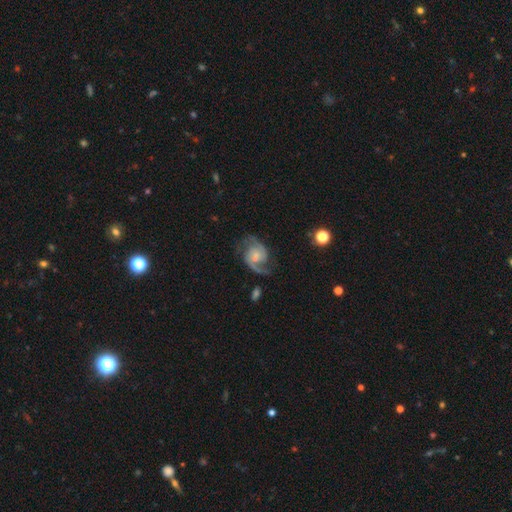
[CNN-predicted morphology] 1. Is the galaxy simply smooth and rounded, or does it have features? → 87% featured or disk, 8% smooth, 5% star or artifact.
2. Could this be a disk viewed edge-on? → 98% no, 2% yes.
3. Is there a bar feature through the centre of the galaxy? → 61% no, 33% weak, 6% strong.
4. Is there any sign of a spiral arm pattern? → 97% yes, 3% no.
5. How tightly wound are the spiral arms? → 52% medium, 32% loose, 16% tight.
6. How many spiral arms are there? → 90% 2, 4% 1, 3% can't tell, 2% 3, 1% 4, 1% more than 4.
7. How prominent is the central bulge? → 52% small, 30% moderate, 12% none, 4% large, 1% dominant.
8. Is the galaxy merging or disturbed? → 69% none, 17% minor disturbance, 11% major disturbance, 2% merger.